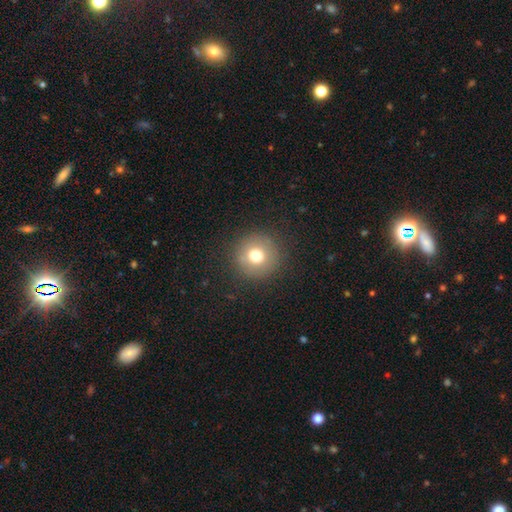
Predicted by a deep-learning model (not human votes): The model was most divided on "smooth or featured": smooth: 72%, featured or disk: 15%, star or artifact: 13%. More confident: how rounded — round (95%); merging — none (89%).